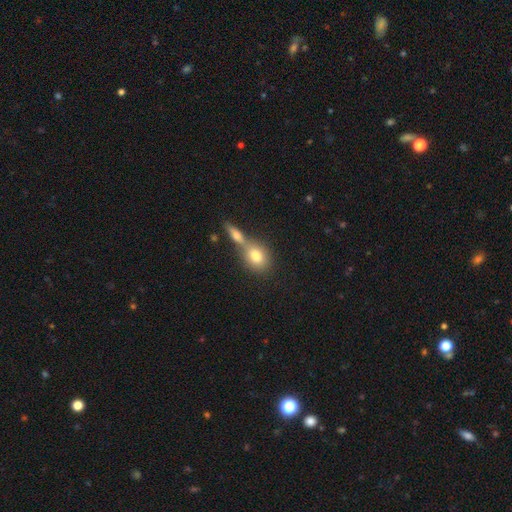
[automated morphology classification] The model was most divided on "how rounded": in between: 52%, round: 44%, cigar-shaped: 4%. Remaining: smooth or featured — smooth (78%); merging — merger (49%).